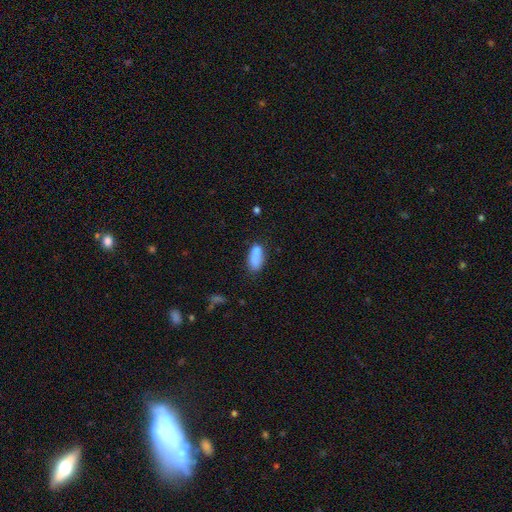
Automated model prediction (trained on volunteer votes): Smooth or featured?
  - smooth: 76% *
  - featured or disk: 16%
  - star or artifact: 8%
How rounded?
  - in between: 77% *
  - cigar-shaped: 19%
  - round: 4%
Merging?
  - none: 49% *
  - merger: 26%
  - minor disturbance: 19%
  - major disturbance: 7%